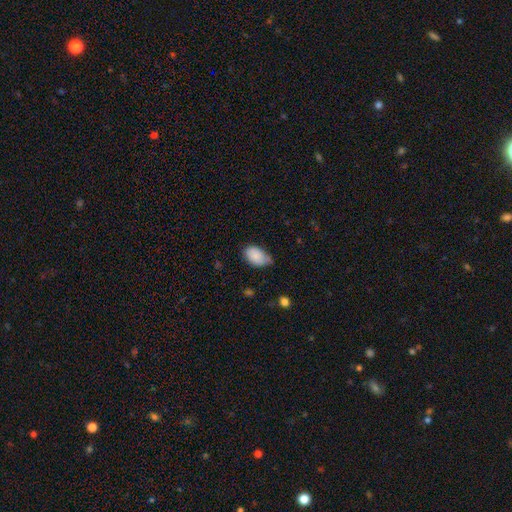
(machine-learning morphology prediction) This is clearly a smooth galaxy (87%). How rounded: clearly in between (91%). Merging: possibly none (52%).